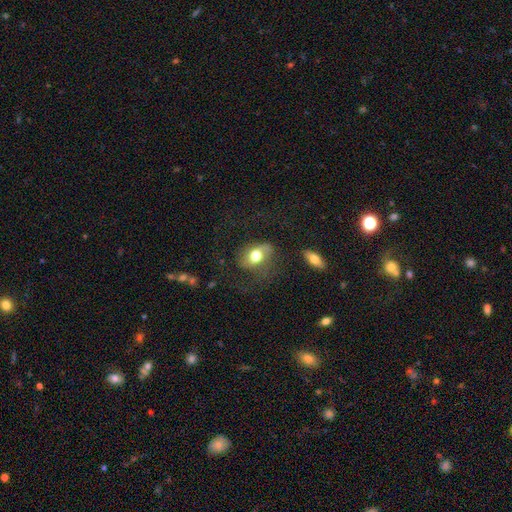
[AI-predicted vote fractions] smooth-or-featured: smooth: 60% | featured or disk: 32% | star or artifact: 8%
  how-rounded: in between: 78% | round: 20% | cigar-shaped: 2%
  merging: none: 47% | major disturbance: 25% | minor disturbance: 24% | merger: 3%